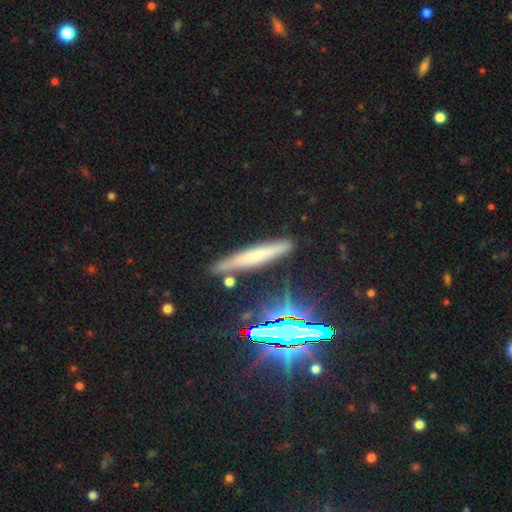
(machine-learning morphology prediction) A smooth galaxy with no disk features (50%) that is cigar-shaped (92%). Merging: none (81%).